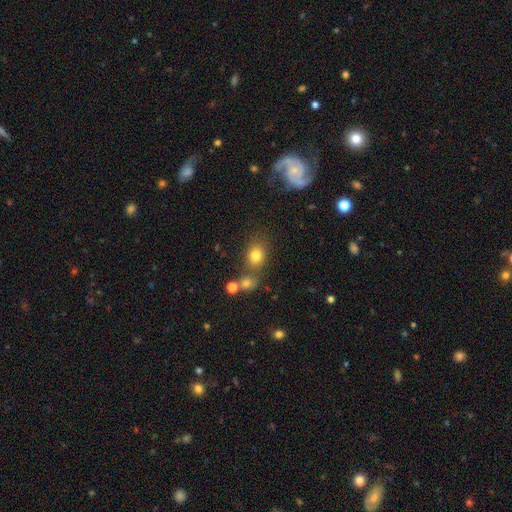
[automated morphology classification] type=smooth (77%); roundness=round (54%); merging=none (62%).